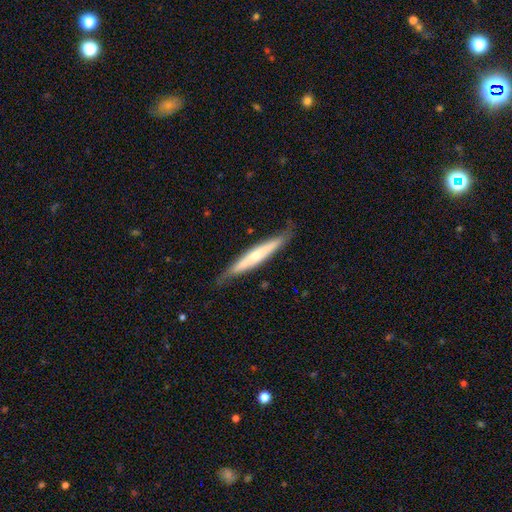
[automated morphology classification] smooth-or-featured: featured or disk: 54% | smooth: 40% | star or artifact: 5%
  disk-edge-on: yes: 87% | no: 13%
  merging: none: 79% | minor disturbance: 17% | major disturbance: 3% | merger: 1%